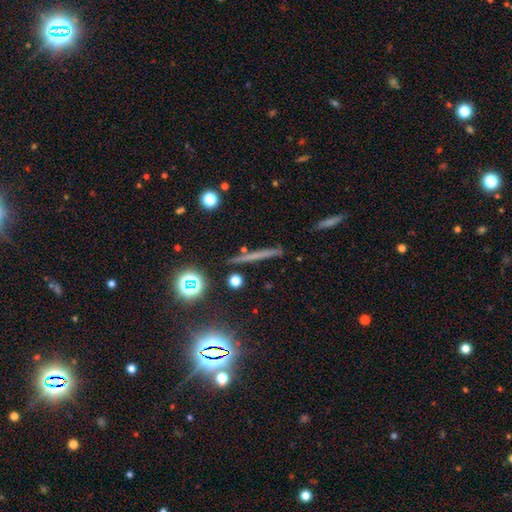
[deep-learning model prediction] Q: Smooth or featured?
A: smooth (42%); runner-up: featured or disk (34%)
Q: Merging?
A: none (85%); runner-up: minor disturbance (9%)